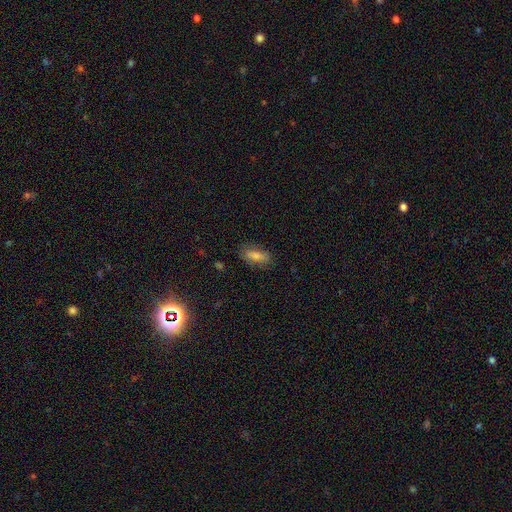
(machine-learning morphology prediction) Overall: smooth (65%). How rounded: in between (78%). Merging: none (81%).